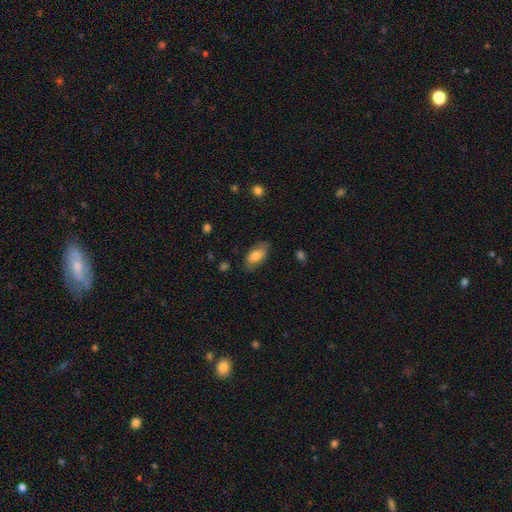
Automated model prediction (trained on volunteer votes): smooth_or_featured: smooth (p=0.72) [alt: featured or disk p=0.21]
how_rounded: in between (p=0.91) [alt: cigar-shaped p=0.05]
merging: none (p=0.75) [alt: minor disturbance p=0.18]